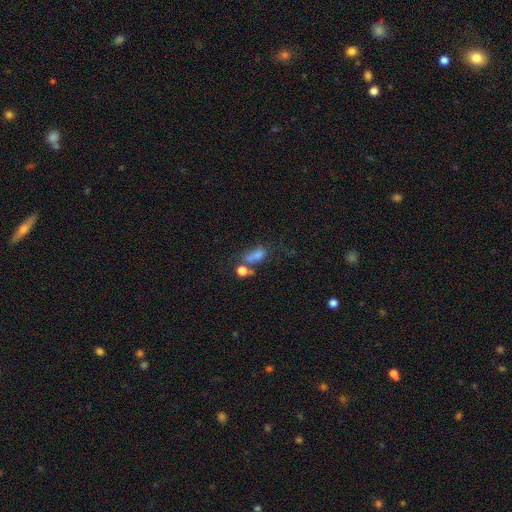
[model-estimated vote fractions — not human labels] Smooth or featured? smooth (65%)
How rounded? in between (66%)
Merging? merger (44%)